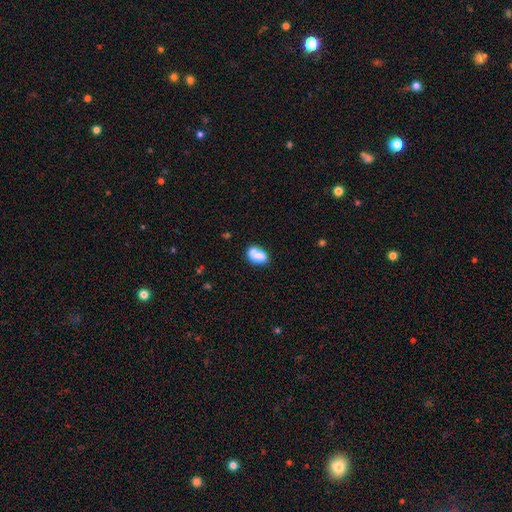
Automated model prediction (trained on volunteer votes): Smooth or featured? smooth (79%)
How rounded? in between (85%)
Merging? none (49%)